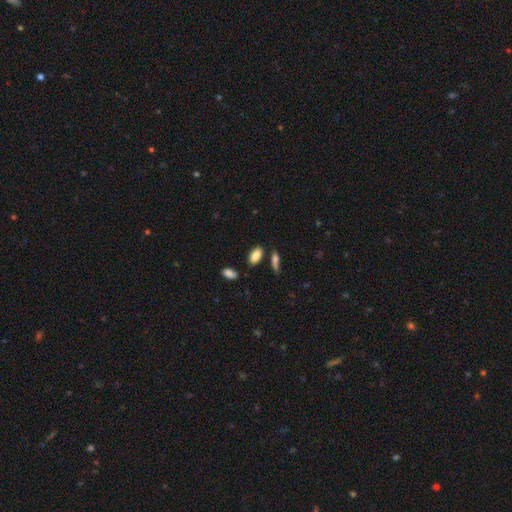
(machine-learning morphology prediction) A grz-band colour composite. It shows a smooth galaxy with no disk features (87%) that is in between round and cigar-shaped (88%). Merging: none (78%).